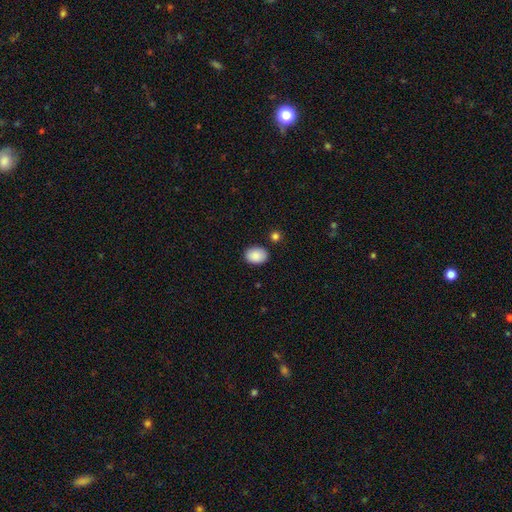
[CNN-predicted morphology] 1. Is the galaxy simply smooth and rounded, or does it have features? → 90% smooth, 7% star or artifact, 4% featured or disk.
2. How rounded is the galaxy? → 75% in between, 24% round, 1% cigar-shaped.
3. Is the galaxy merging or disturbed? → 85% none, 10% minor disturbance, 3% merger, 2% major disturbance.